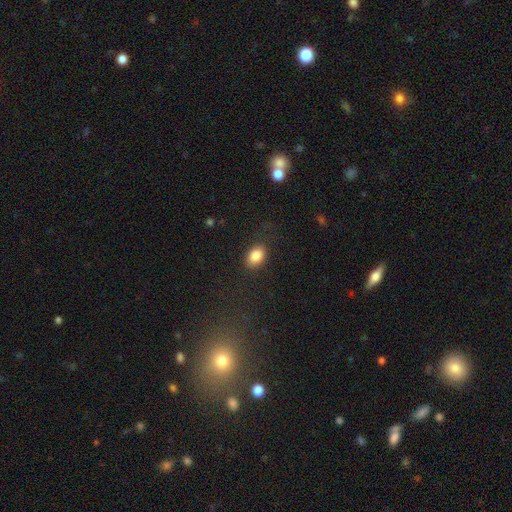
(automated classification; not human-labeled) Smooth or featured: smooth — 86% (star or artifact — 8%)
How rounded: in between — 84% (round — 15%)
Merging: none — 84% (minor disturbance — 11%)